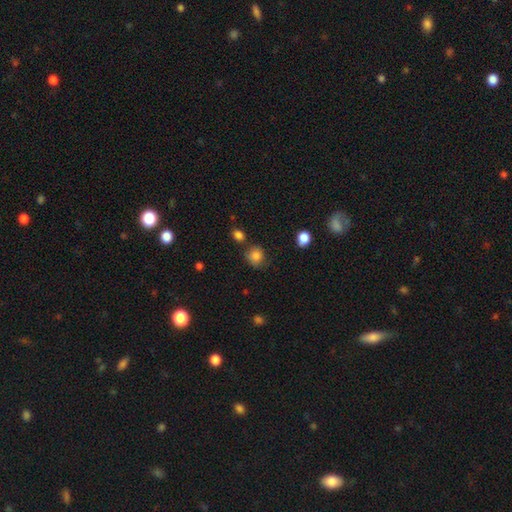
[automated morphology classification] Smooth or featured? Predicted: smooth (p=0.84). How rounded? Predicted: round (p=0.80). Merging? Predicted: none (p=0.69).